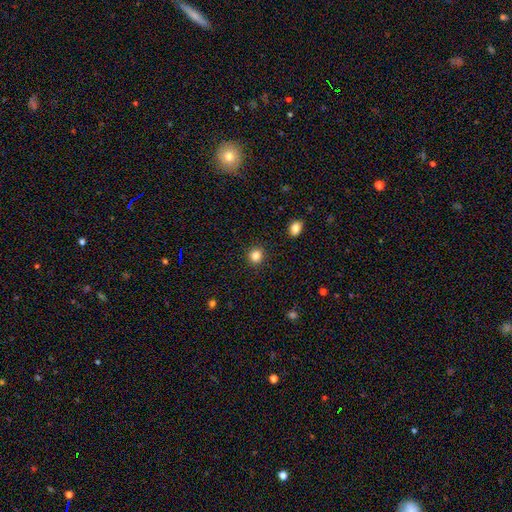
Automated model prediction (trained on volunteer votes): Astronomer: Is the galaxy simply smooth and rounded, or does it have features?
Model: smooth — 85%.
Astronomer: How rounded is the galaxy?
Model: round — 84%.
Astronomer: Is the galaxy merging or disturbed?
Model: none — 90%.